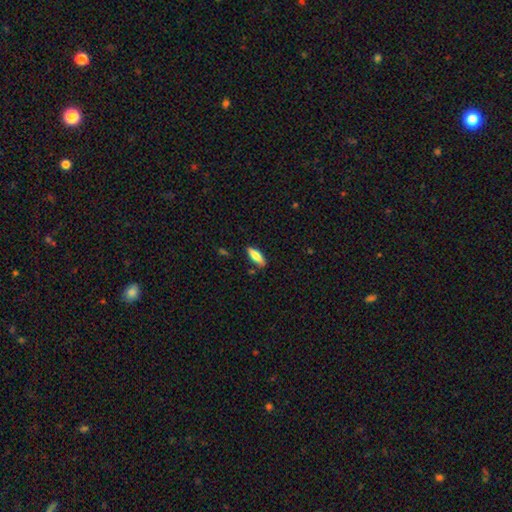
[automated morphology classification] Overall: smooth (77%). How rounded: in between (53%; cigar-shaped 45%). Merging: none (83%).